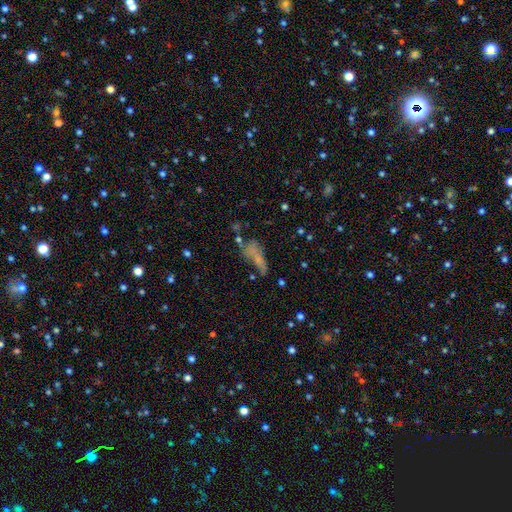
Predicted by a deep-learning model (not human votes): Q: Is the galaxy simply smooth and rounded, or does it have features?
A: smooth — 50%.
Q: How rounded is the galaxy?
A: in between — 50%.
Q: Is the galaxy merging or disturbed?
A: none — 38%.